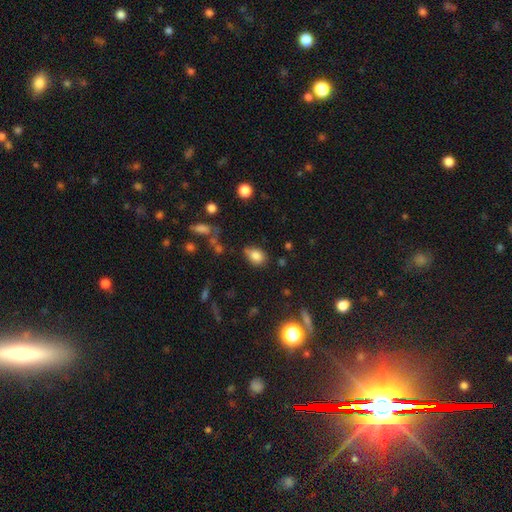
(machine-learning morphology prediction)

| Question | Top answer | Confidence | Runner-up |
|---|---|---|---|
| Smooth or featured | smooth | 81% | star or artifact (11%) |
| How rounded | in between | 69% | round (30%) |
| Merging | none | 66% | minor disturbance (23%) |